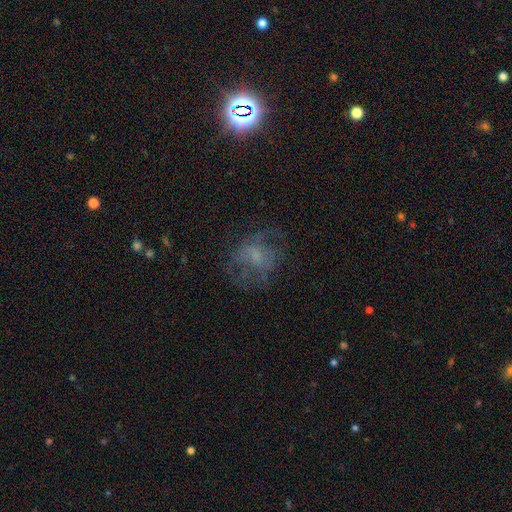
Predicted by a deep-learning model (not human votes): Morphology: type=featured or disk (44%); merging=none (53%).